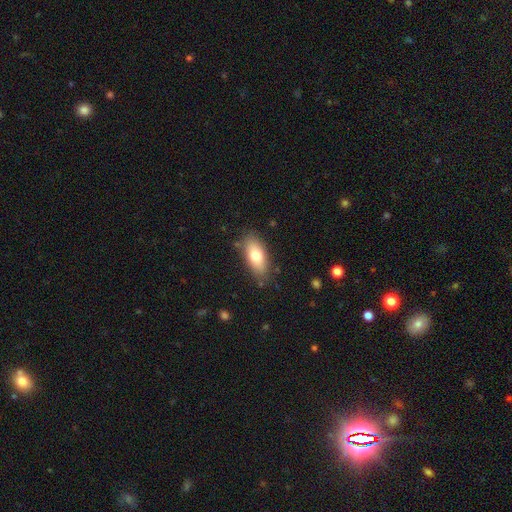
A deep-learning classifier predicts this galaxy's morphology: smooth-or-featured: smooth: 77% | featured or disk: 17% | star or artifact: 7%
  how-rounded: in between: 85% | cigar-shaped: 11% | round: 3%
  merging: none: 82% | minor disturbance: 13% | major disturbance: 3% | merger: 2%